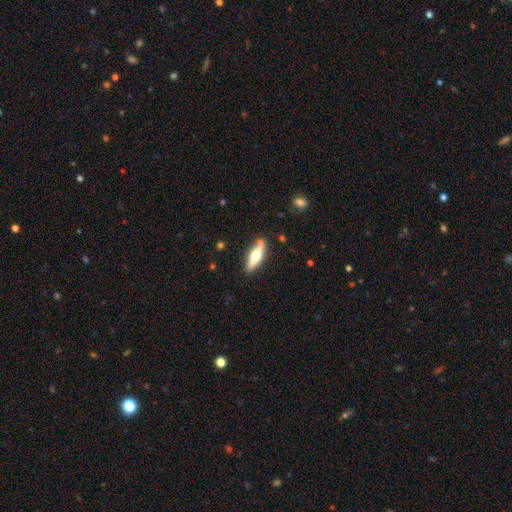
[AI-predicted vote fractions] This is possibly a featured or disk galaxy (50%). It is clearly viewed edge-on (91%). Merging: clearly none (83%).